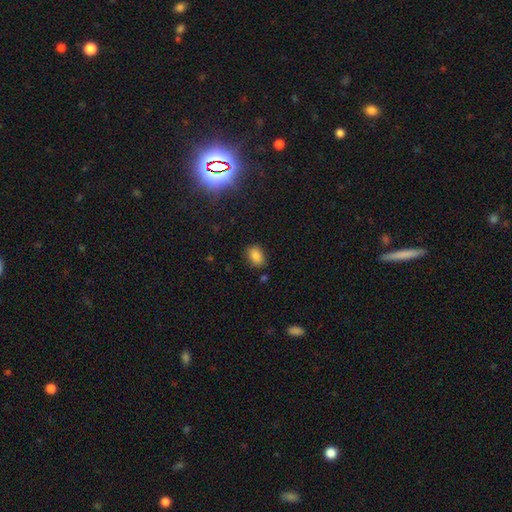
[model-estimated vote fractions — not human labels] Morphology: type=smooth (84%); roundness=in between (79%); merging=none (84%).